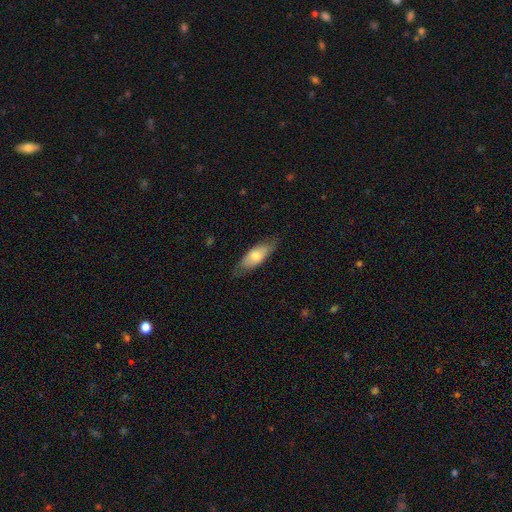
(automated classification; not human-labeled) This is likely a smooth galaxy (67%). How rounded: likely in between (69%). Merging: likely none (74%).